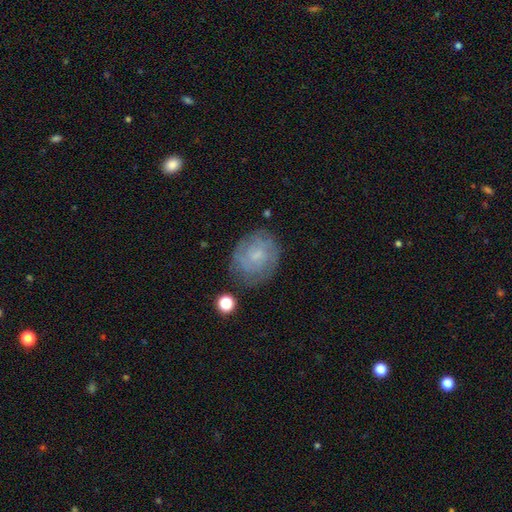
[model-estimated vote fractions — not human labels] Morphology: type=featured or disk (59%); edge-on=no (97%); bar=no (64%); spiral arms=yes (83%); bulge=small (55%); merging=none (73%).